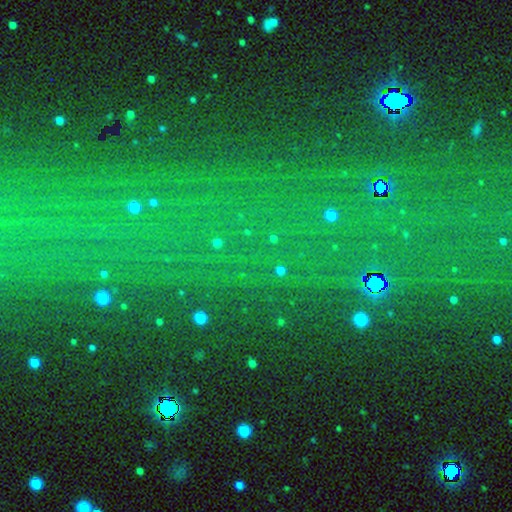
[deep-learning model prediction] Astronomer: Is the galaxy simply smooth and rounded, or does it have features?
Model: star or artifact — 80%.